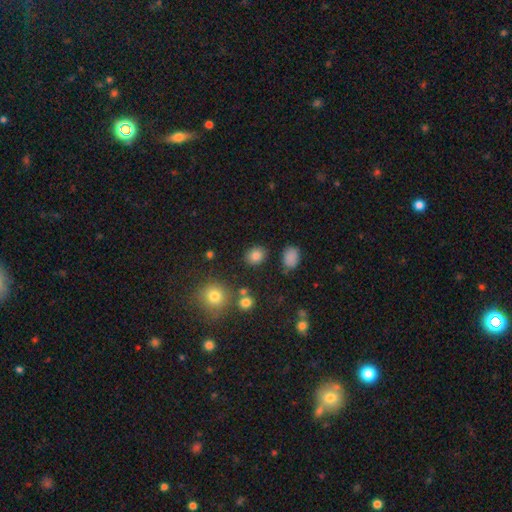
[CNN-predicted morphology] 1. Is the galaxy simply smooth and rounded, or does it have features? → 82% smooth, 12% star or artifact, 6% featured or disk.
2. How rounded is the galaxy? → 58% round, 41% in between, 1% cigar-shaped.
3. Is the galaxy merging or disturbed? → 86% none, 8% minor disturbance, 3% merger, 3% major disturbance.